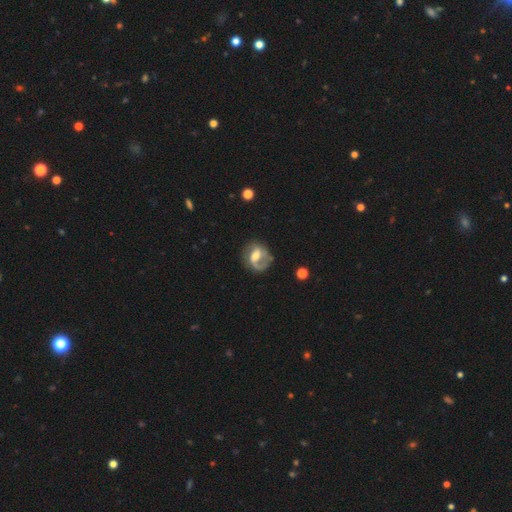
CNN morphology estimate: Smooth or featured? featured or disk (72%)
Edge-on disk? no (97%)
Bar? weak (49%)
Spiral arms? yes (86%)
Spiral winding? medium (44%)
Spiral arm count? 2 (53%)
Bulge size? moderate (59%)
Merging? none (62%)